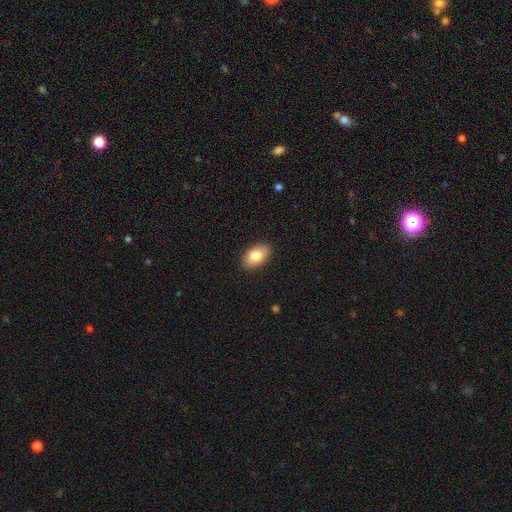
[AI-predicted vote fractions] The model was most divided on "smooth or featured": smooth: 82%, featured or disk: 11%, star or artifact: 7%. More confident: how rounded — in between (91%); merging — none (88%).